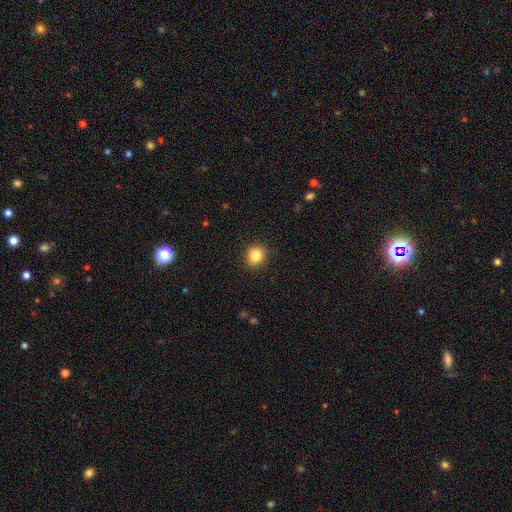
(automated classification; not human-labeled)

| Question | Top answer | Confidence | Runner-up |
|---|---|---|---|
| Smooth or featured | smooth | 83% | star or artifact (10%) |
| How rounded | round | 74% | in between (25%) |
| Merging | none | 89% | minor disturbance (8%) |